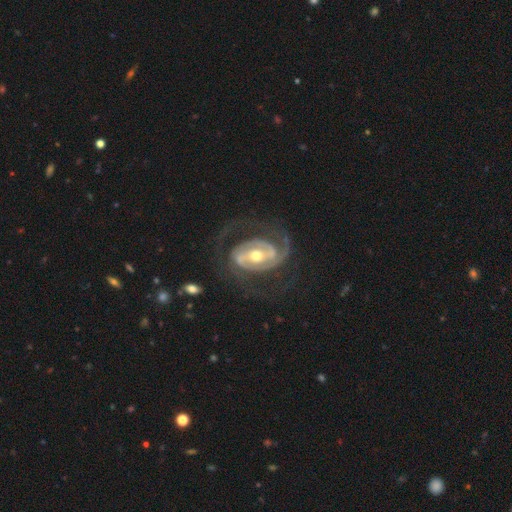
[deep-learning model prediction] Morphology: type=featured or disk (91%); edge-on=no (97%); bar=strong (38%); spiral arms=yes (96%); winding=medium (45%); arm count=2 (72%); bulge=moderate (67%); merging=none (67%).